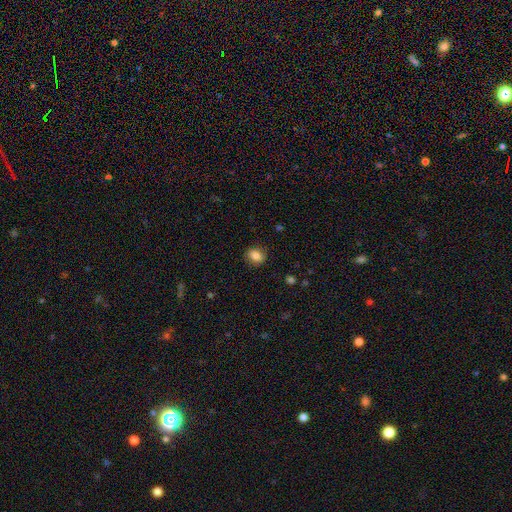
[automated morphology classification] Smooth or featured?
  - smooth: 85% *
  - star or artifact: 9%
  - featured or disk: 6%
How rounded?
  - in between: 50% *
  - round: 49%
  - cigar-shaped: 1%
Merging?
  - none: 85% *
  - minor disturbance: 11%
  - major disturbance: 3%
  - merger: 1%